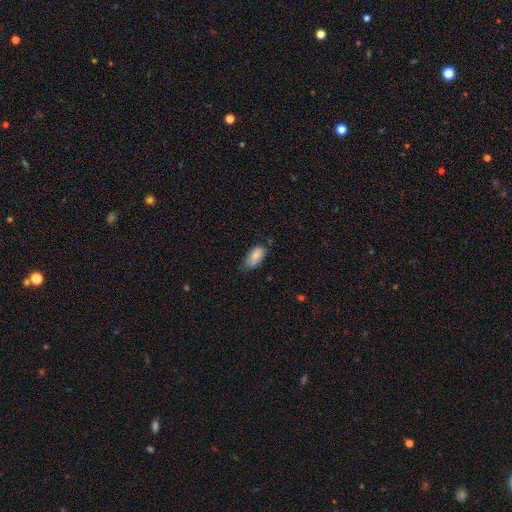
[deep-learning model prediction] Q: Smooth or featured?
A: smooth (80%); runner-up: featured or disk (13%)
Q: How rounded?
A: in between (93%); runner-up: cigar-shaped (4%)
Q: Merging?
A: none (63%); runner-up: minor disturbance (31%)